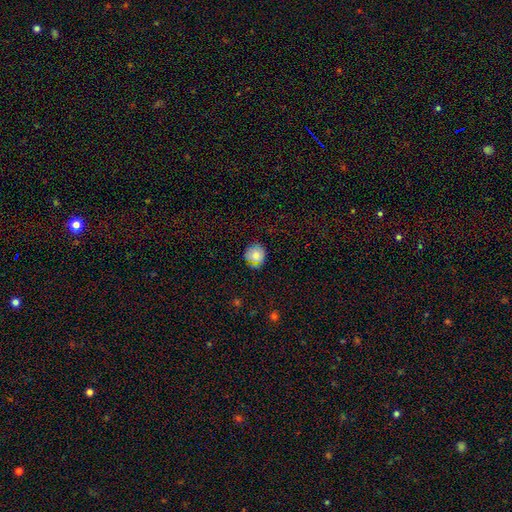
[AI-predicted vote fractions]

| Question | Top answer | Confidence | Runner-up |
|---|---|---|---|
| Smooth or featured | smooth | 81% | star or artifact (11%) |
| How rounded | round | 91% | in between (8%) |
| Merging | none | 78% | minor disturbance (15%) |